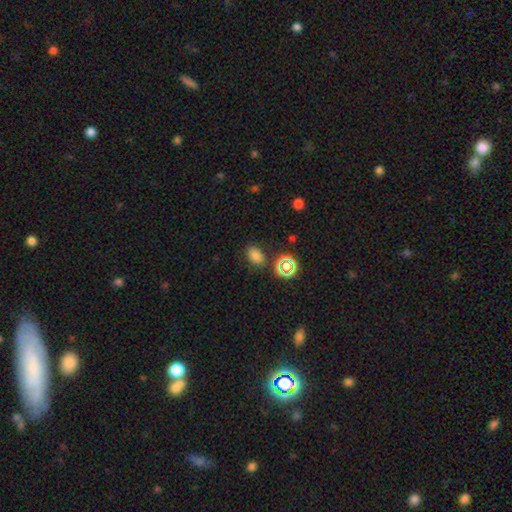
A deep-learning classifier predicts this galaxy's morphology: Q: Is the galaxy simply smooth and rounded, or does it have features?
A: smooth — 75%.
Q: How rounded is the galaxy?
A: in between — 79%.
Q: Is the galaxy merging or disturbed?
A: none — 81%.